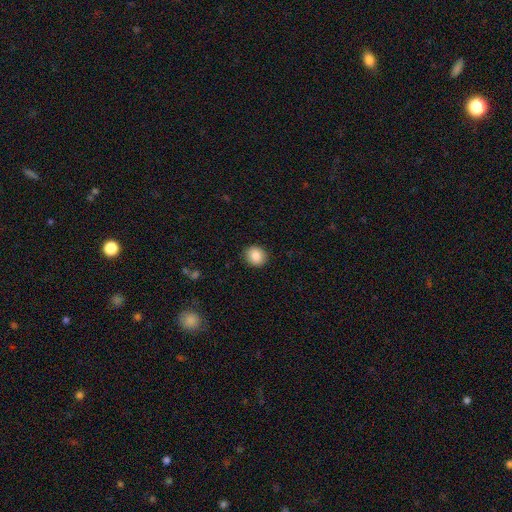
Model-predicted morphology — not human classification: A smooth galaxy with no disk features (87%) that is round (79%). Merging: none (91%).